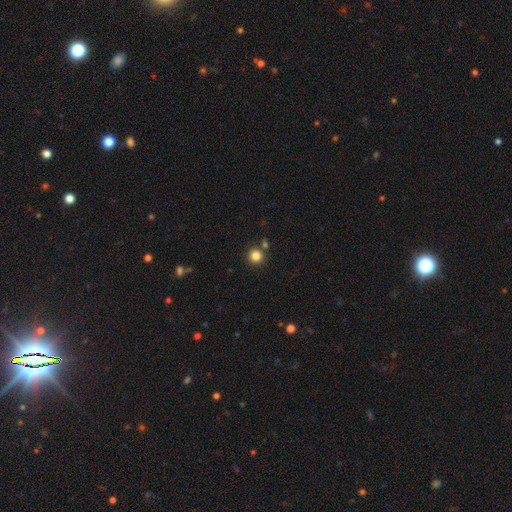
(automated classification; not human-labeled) This appears to be a smooth galaxy with no disk features (83%) that is round (94%). Merging: none (82%).